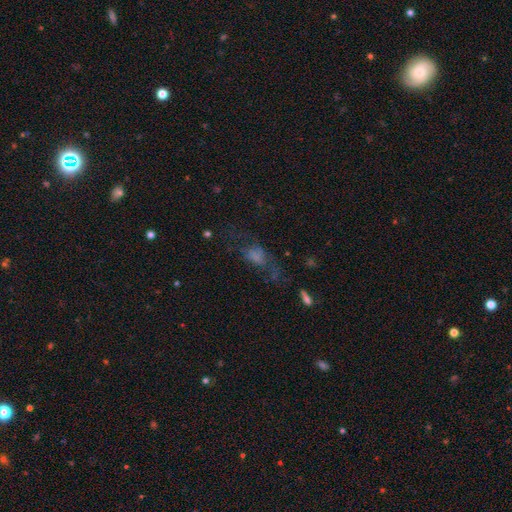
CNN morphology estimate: This appears to be a smooth galaxy with no disk features (42%). Merging: none (42%).